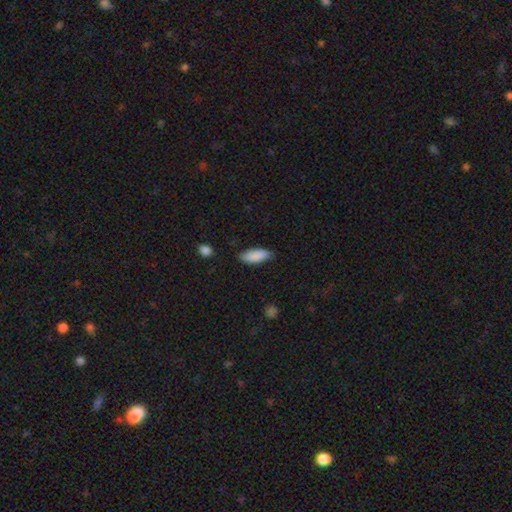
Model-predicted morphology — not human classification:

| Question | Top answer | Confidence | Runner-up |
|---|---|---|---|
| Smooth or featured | smooth | 88% | star or artifact (6%) |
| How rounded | in between | 76% | cigar-shaped (22%) |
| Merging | none | 78% | minor disturbance (17%) |